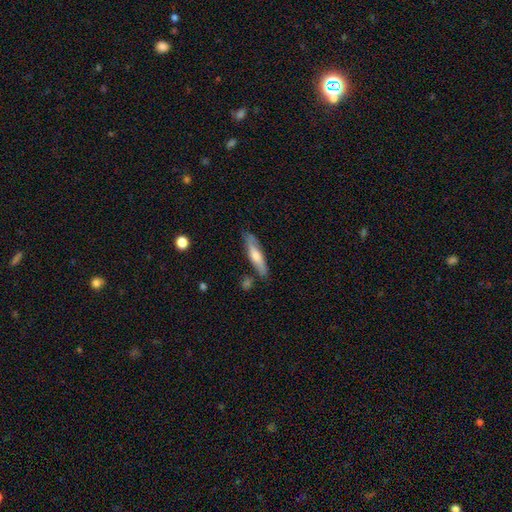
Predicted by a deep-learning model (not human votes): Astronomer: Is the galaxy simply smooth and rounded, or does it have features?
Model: smooth — 52% (runner-up: featured or disk, 42%).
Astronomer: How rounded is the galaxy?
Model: cigar-shaped — 79%.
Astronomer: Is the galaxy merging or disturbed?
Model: none — 77%.